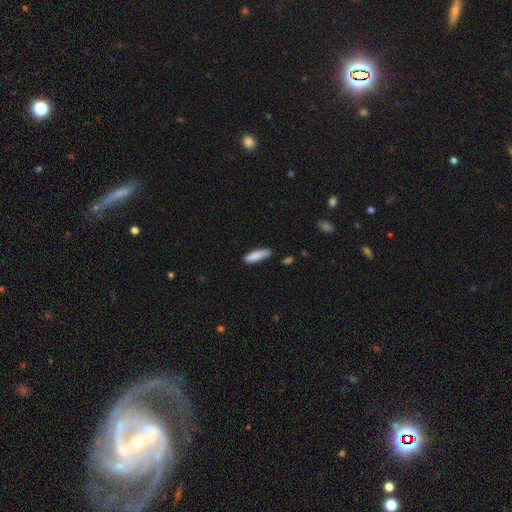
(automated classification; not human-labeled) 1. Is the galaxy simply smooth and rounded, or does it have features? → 85% smooth, 9% featured or disk, 6% star or artifact.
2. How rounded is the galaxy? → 69% cigar-shaped, 30% in between, 1% round.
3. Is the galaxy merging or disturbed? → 83% none, 13% minor disturbance, 2% major disturbance, 2% merger.